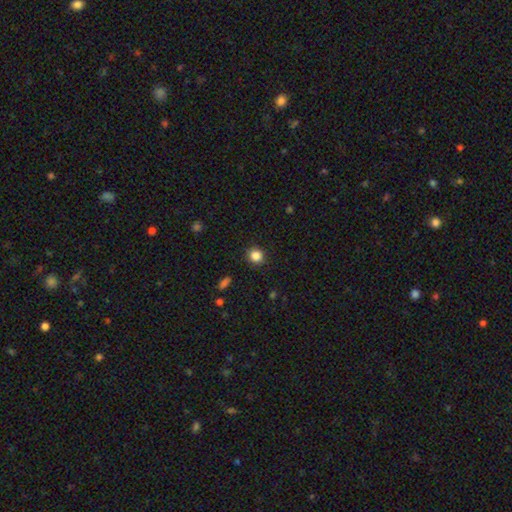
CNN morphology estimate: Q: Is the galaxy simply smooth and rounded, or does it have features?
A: smooth — 85%.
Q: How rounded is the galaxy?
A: round — 87%.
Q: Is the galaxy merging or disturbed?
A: none — 91%.